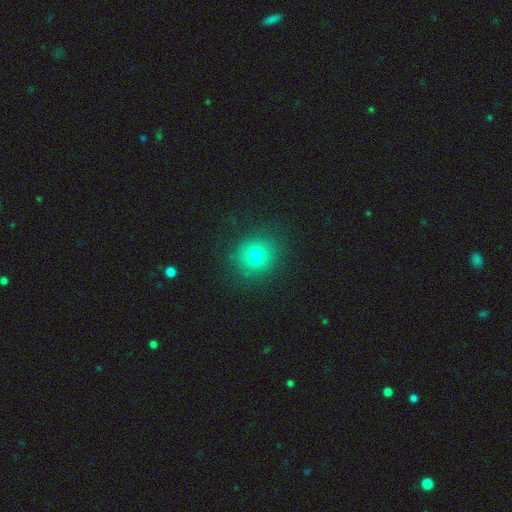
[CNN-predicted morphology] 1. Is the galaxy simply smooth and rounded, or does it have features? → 76% smooth, 15% star or artifact, 9% featured or disk.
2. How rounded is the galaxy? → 87% round, 12% in between, 1% cigar-shaped.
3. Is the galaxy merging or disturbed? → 88% none, 8% minor disturbance, 3% major disturbance, 1% merger.